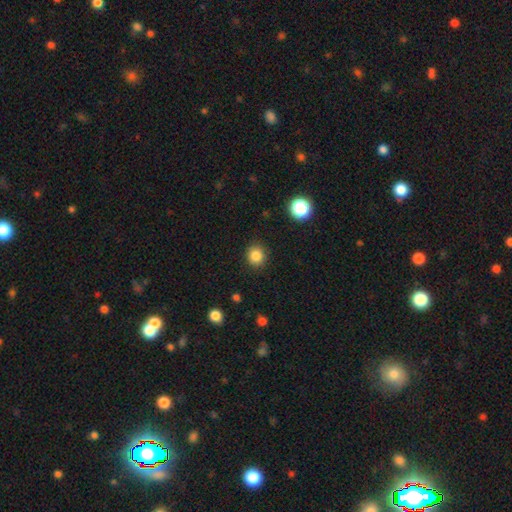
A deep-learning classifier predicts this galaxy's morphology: A smooth galaxy with no disk features (85%) that is round (86%). Merging: none (90%).